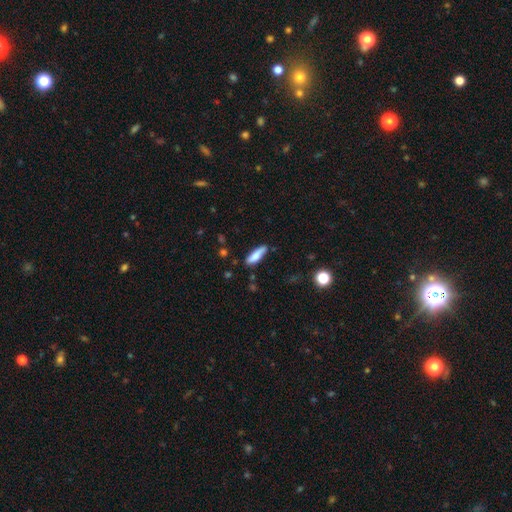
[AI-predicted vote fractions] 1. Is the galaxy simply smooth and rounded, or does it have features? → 78% smooth, 15% featured or disk, 7% star or artifact.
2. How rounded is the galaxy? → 54% cigar-shaped, 44% in between, 2% round.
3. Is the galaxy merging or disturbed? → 79% none, 16% minor disturbance, 3% major disturbance, 2% merger.